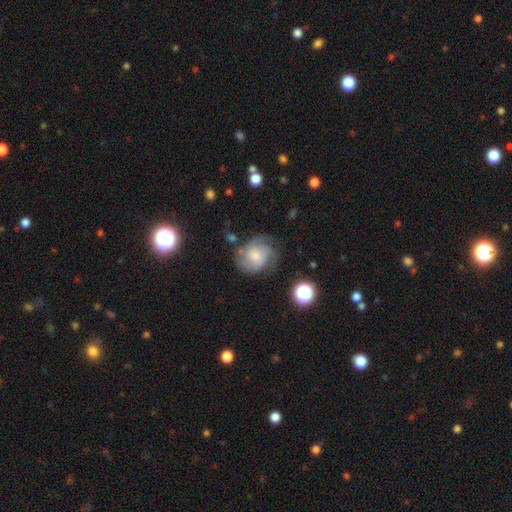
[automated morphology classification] A featured or disk galaxy (62%) with no bar (69%), 2 (30%) medium (43%) spiral arms (90%) and a small central bulge (46%).

Vote fractions:
- Smooth or featured? featured or disk: 62% / smooth: 29% / star or artifact: 9%
- Edge-on disk? no: 98% / yes: 2%
- Bar? no: 69% / weak: 27% / strong: 4%
- Spiral arms? yes: 90% / no: 10%
- Spiral winding? medium: 43% / tight: 42% / loose: 16%
- Spiral arm count? 2: 30% / can't tell: 29% / 3: 25% / 4: 6% / 1: 6% / more than 4: 4%
- Bulge size? small: 46% / moderate: 39% / large: 7% / none: 6% / dominant: 2%
- Merging? none: 58% / minor disturbance: 23% / major disturbance: 15% / merger: 4%